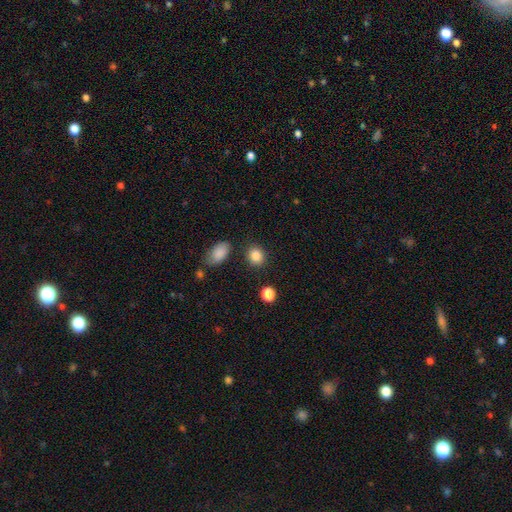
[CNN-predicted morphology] This appears to be a smooth galaxy with no disk features (86%) that is round (71%). Merging: none (85%).